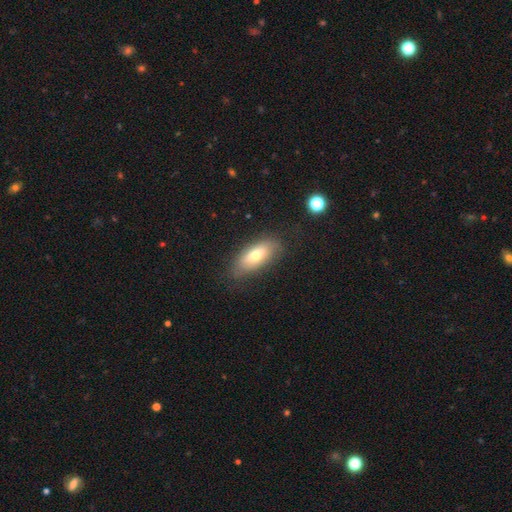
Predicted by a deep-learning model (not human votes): smooth 69%, featured or disk 24%, star or artifact 8%. Down the decision tree: how rounded — in between (83%); merging — none (76%).